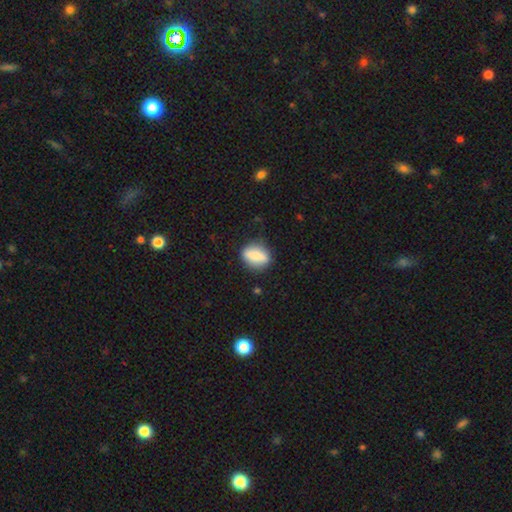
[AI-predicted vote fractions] A smooth galaxy with no disk features (73%) that is in between round and cigar-shaped (64%). Merging: none (78%).